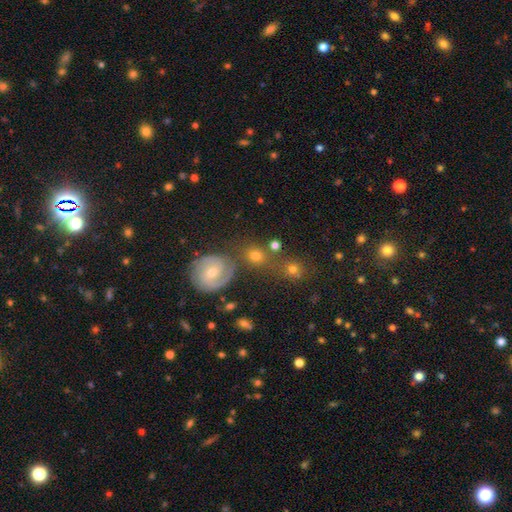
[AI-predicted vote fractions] Overall: smooth (55%; featured or disk 32%). How rounded: round (76%). Merging: none (65%).